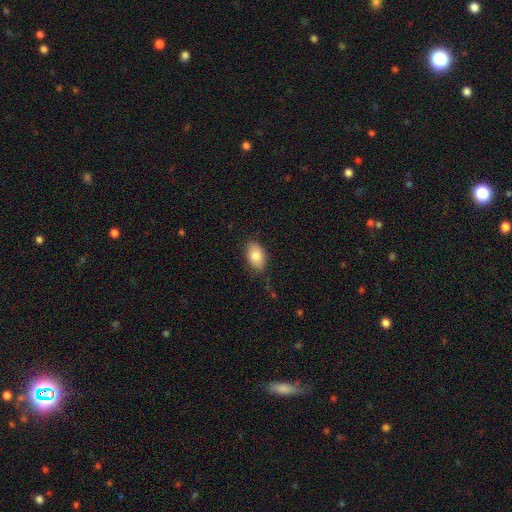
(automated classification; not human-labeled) A smooth galaxy with no disk features (82%) that is in between round and cigar-shaped (91%). Merging: none (80%).